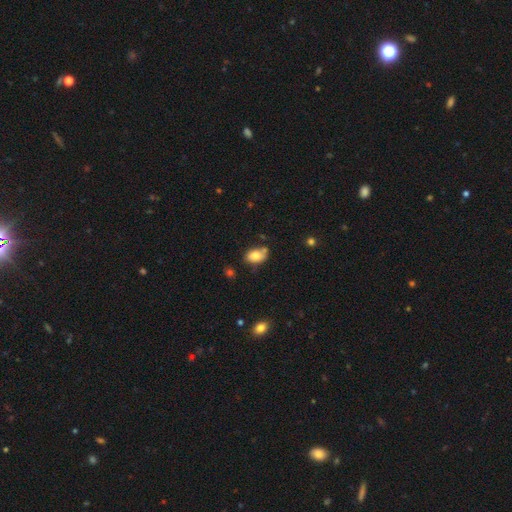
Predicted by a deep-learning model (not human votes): Overall: smooth (81%). How rounded: in between (87%). Merging: none (61%; minor disturbance 23%).